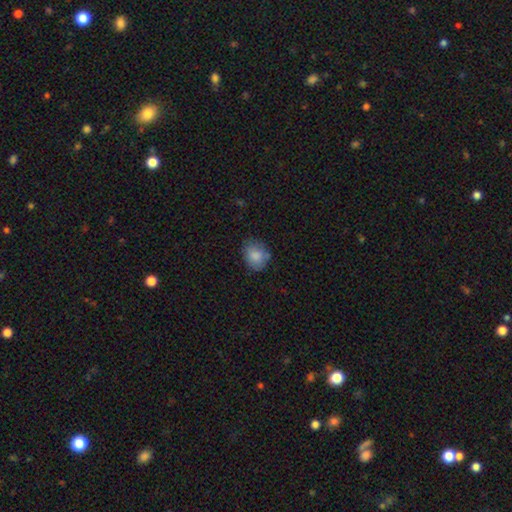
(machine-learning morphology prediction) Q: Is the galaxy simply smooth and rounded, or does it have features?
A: smooth — 84%.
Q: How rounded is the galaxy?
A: in between — 50%.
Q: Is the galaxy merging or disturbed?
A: none — 69%.